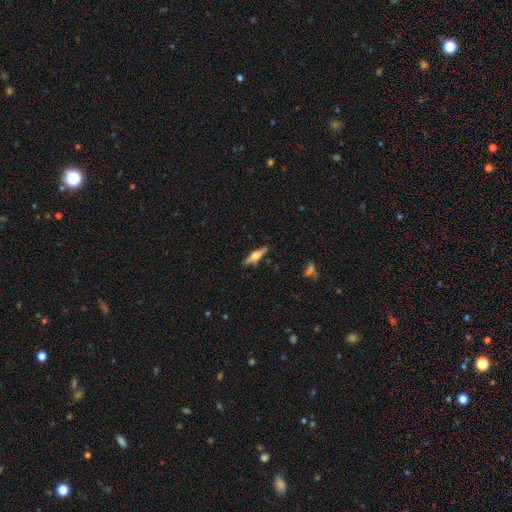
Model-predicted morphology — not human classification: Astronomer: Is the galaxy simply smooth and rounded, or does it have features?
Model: featured or disk — 58% (runner-up: smooth, 35%).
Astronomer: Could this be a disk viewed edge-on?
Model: yes — 95%.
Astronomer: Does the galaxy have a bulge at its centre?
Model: rounded — 91%.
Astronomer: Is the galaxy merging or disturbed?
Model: none — 85%.